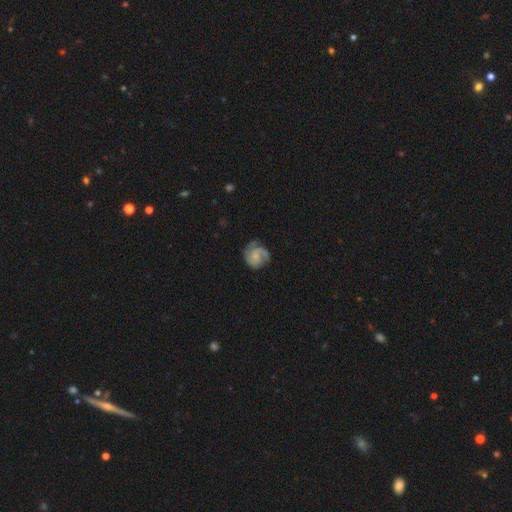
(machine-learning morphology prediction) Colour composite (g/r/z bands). It shows a featured or disk galaxy (77%) with no bar (69%), 2 (52%) tight (50%) spiral arms (96%) and a small central bulge (57%). Merging: none (69%).